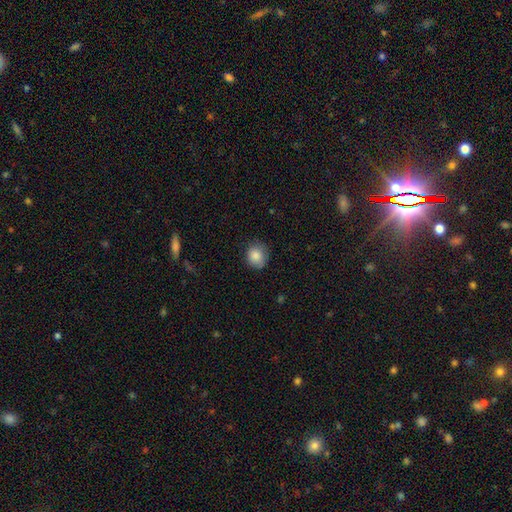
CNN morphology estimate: smooth_or_featured: smooth (p=0.84) [alt: star or artifact p=0.09]
how_rounded: round (p=0.74) [alt: in between p=0.25]
merging: none (p=0.71) [alt: minor disturbance p=0.23]